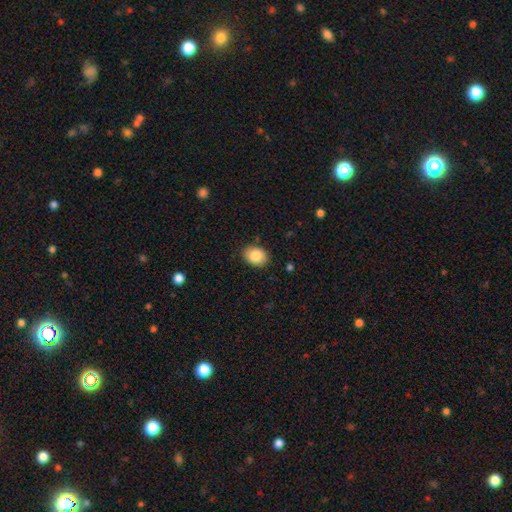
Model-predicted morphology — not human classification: Smooth or featured? smooth (87%)
How rounded? in between (65%)
Merging? none (85%)